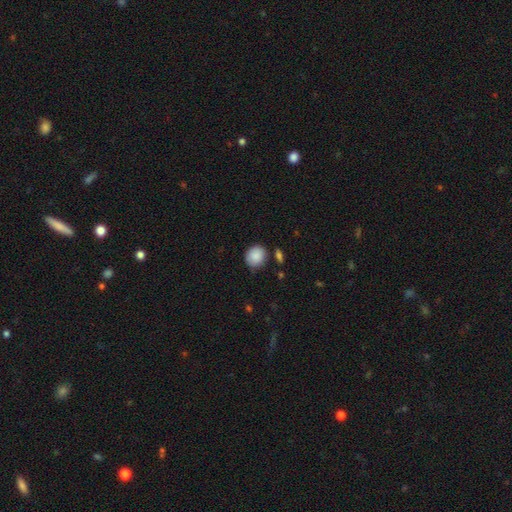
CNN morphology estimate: This is clearly a smooth galaxy (88%). How rounded: likely round (74%). Merging: likely none (72%).